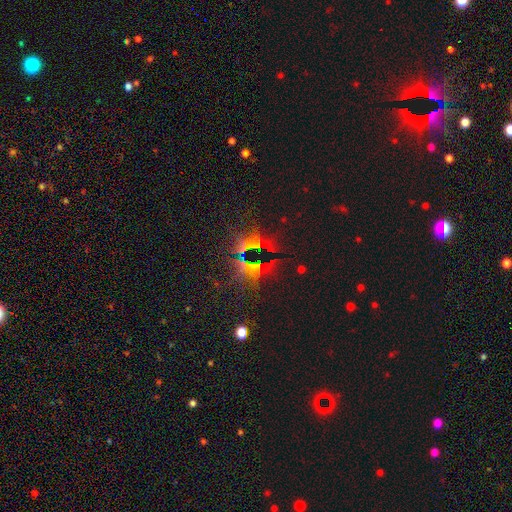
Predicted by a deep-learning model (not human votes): Q: Smooth or featured?
A: star or artifact (76%); runner-up: smooth (15%)